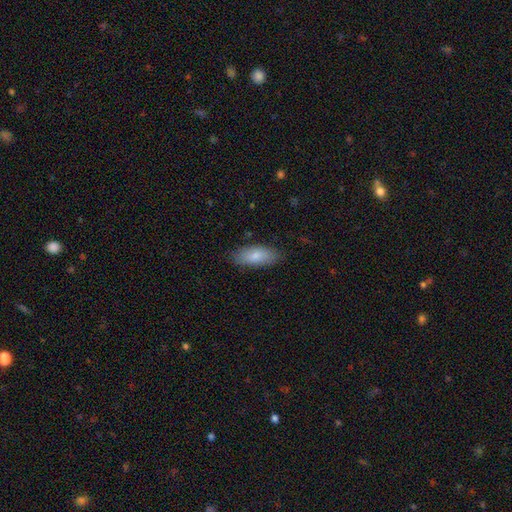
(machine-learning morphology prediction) This is clearly a smooth galaxy (81%). How rounded: clearly in between (81%). Merging: clearly none (83%).